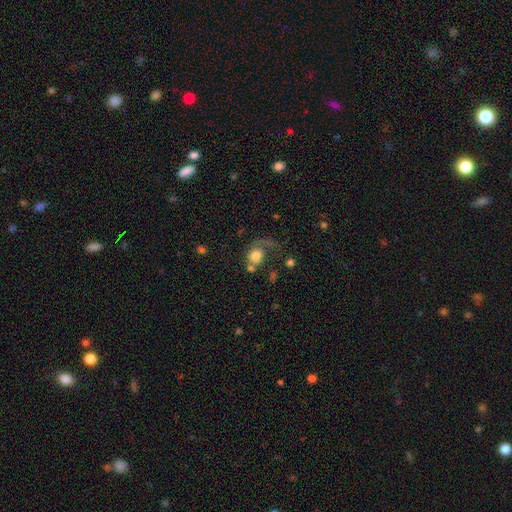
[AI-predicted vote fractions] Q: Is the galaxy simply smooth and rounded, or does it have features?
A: smooth — 62%.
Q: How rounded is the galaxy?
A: round — 70%.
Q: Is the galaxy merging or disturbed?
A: major disturbance — 34%.